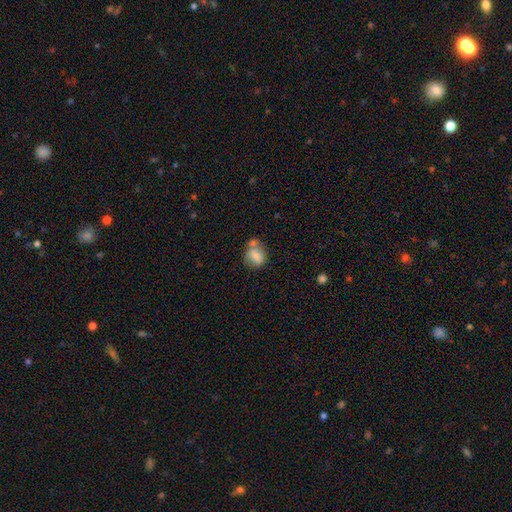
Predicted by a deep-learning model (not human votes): smooth_or_featured: smooth (p=0.72) [alt: featured or disk p=0.20]
how_rounded: round (p=0.51) [alt: in between p=0.48]
merging: none (p=0.38) [alt: merger p=0.36]